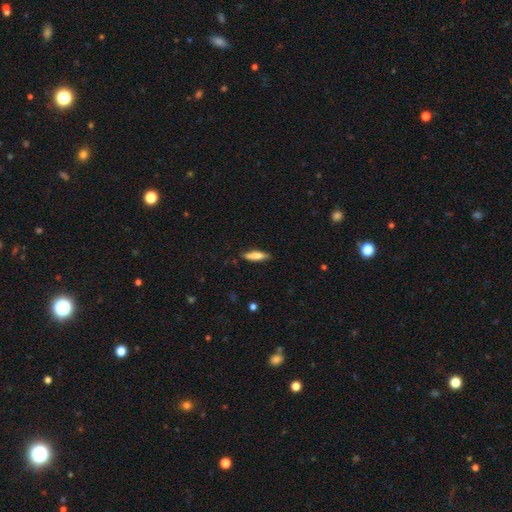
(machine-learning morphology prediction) Smooth or featured: smooth — 81% (featured or disk — 13%)
How rounded: cigar-shaped — 71% (in between — 28%)
Merging: none — 84% (minor disturbance — 13%)